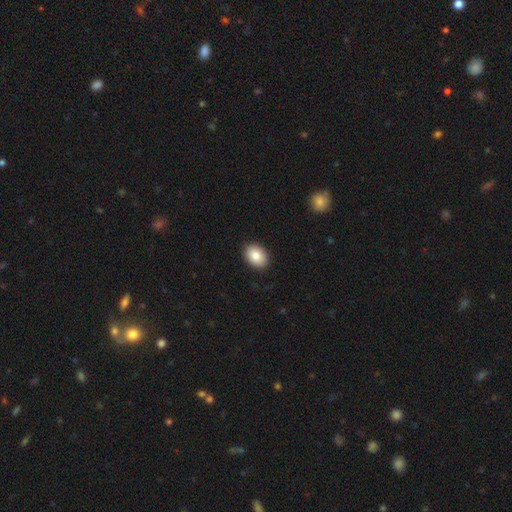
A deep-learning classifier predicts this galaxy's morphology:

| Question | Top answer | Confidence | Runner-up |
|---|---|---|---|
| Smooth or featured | smooth | 85% | featured or disk (8%) |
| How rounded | in between | 75% | round (24%) |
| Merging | none | 90% | minor disturbance (7%) |